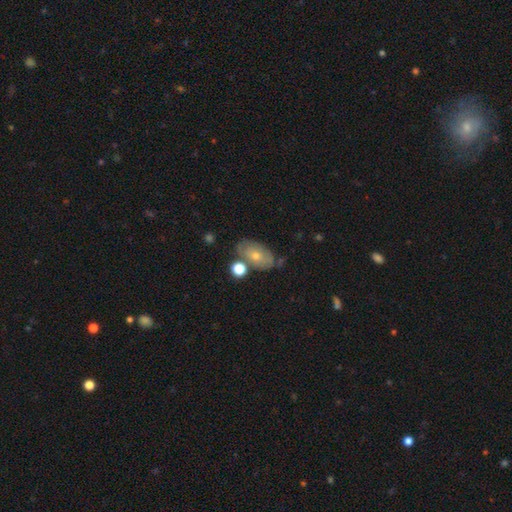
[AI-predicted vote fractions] Overall: smooth (49%; featured or disk 39%). Merging: none (62%).